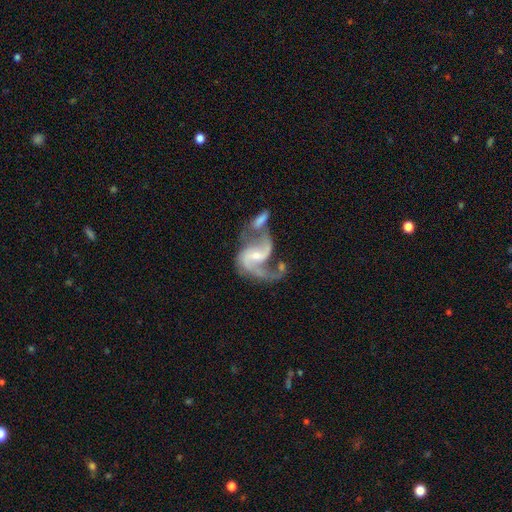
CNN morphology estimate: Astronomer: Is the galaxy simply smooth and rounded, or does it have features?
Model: featured or disk — 89%.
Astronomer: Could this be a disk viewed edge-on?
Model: no — 98%.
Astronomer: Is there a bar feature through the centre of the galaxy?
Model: weak — 44% (runner-up: no, 36%).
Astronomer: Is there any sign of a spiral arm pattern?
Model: yes — 96%.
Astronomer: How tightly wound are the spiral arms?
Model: loose — 45%, tied with medium at 45%.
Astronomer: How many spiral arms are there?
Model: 2 — 80%.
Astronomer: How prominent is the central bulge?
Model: small — 62%.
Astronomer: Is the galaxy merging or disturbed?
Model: merger — 38% (runner-up: none, 26%).